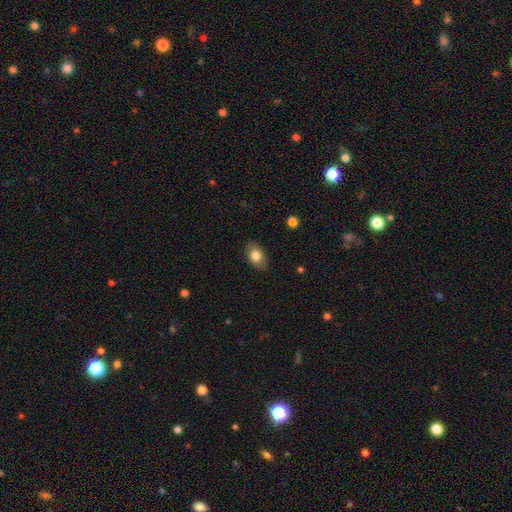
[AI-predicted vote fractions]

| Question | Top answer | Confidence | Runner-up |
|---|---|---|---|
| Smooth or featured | smooth | 77% | featured or disk (16%) |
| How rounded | in between | 88% | round (10%) |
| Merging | none | 85% | minor disturbance (12%) |